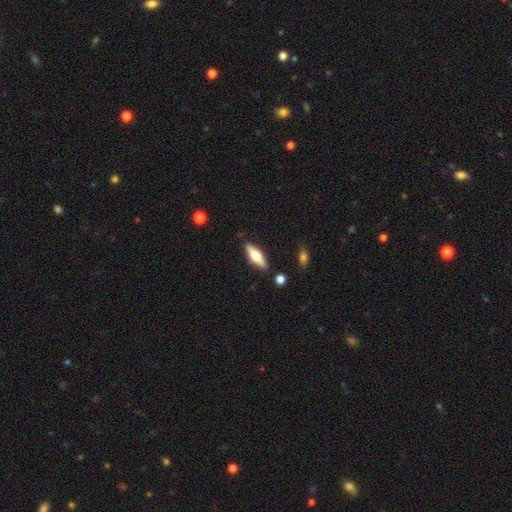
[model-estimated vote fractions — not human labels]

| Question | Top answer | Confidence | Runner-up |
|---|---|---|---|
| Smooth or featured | smooth | 49% | featured or disk (45%) |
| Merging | none | 85% | minor disturbance (10%) |